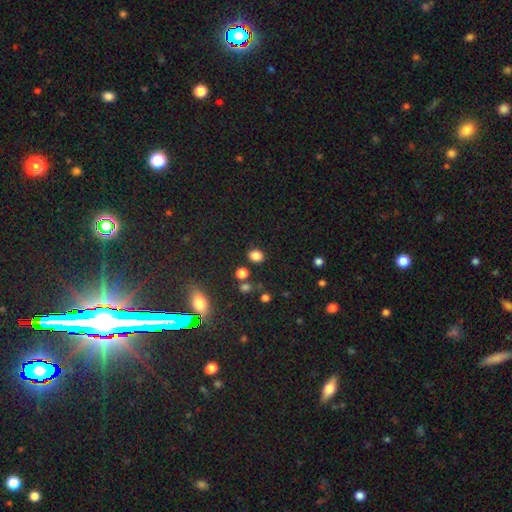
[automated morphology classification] The model was most divided on "how rounded": in between: 55%, round: 44%, cigar-shaped: 1%. More confident: smooth or featured — smooth (83%); merging — none (82%).